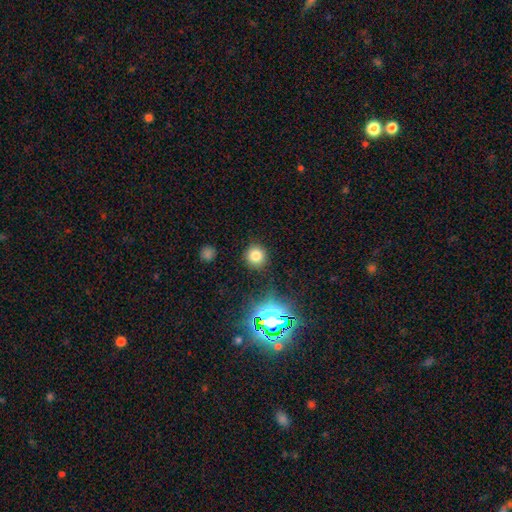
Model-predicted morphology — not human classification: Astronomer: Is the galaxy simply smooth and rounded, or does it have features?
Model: smooth — 76%.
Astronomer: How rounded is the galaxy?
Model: round — 93%.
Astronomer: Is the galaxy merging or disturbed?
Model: none — 88%.